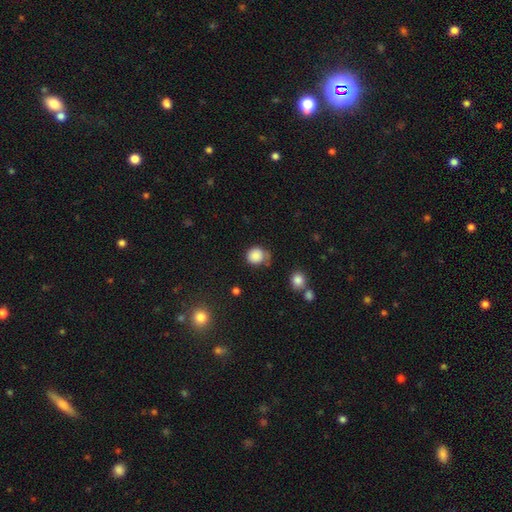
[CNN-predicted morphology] type=smooth (86%); roundness=round (85%); merging=none (62%).